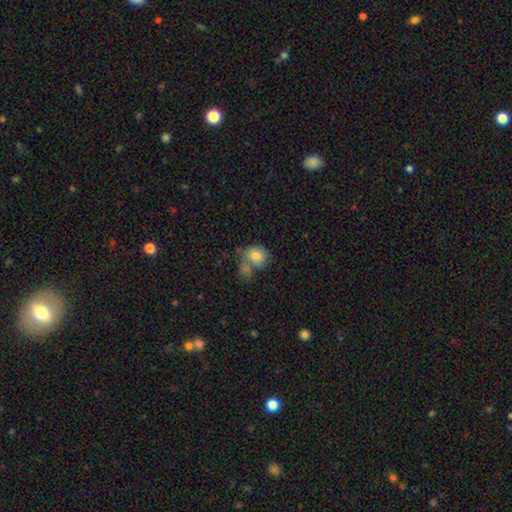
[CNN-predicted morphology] This appears to be a smooth galaxy with no disk features (77%) that is round (51%). Merging: merger (39%).